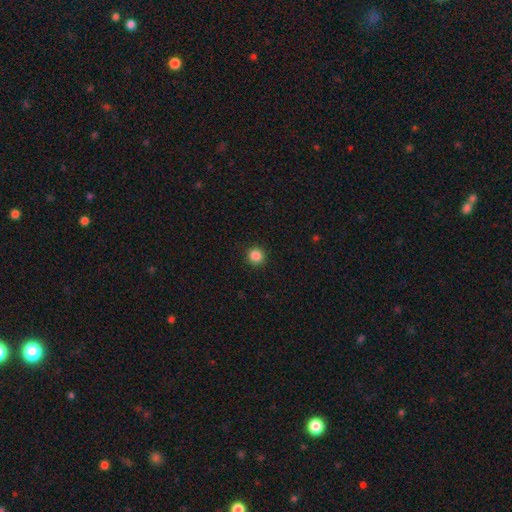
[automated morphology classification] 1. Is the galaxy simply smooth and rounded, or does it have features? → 86% smooth, 11% star or artifact, 3% featured or disk.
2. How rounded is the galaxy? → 95% round, 4% in between, 1% cigar-shaped.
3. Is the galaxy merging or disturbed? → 93% none, 5% minor disturbance, 2% major disturbance, 1% merger.